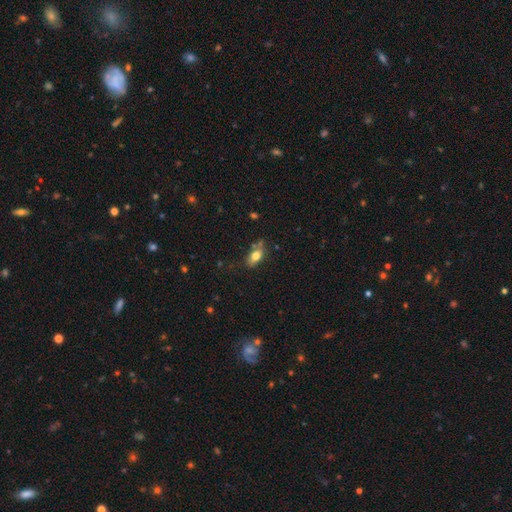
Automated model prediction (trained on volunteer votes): This is likely a smooth galaxy (76%). How rounded: clearly in between (85%). Merging: possibly none (60%).